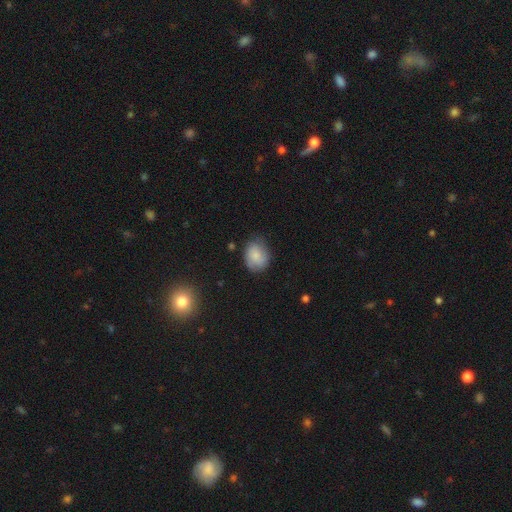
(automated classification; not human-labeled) The model was most divided on "how rounded": in between: 54%, round: 45%, cigar-shaped: 1%. More confident: smooth or featured — smooth (77%); merging — none (68%).